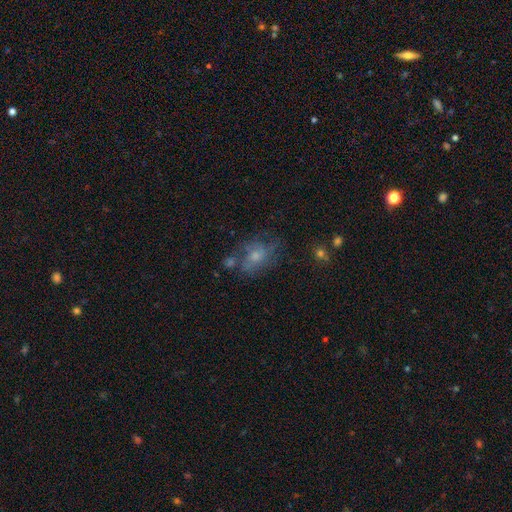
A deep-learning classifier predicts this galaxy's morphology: A smooth galaxy with no disk features (43%). Merging: none (49%).